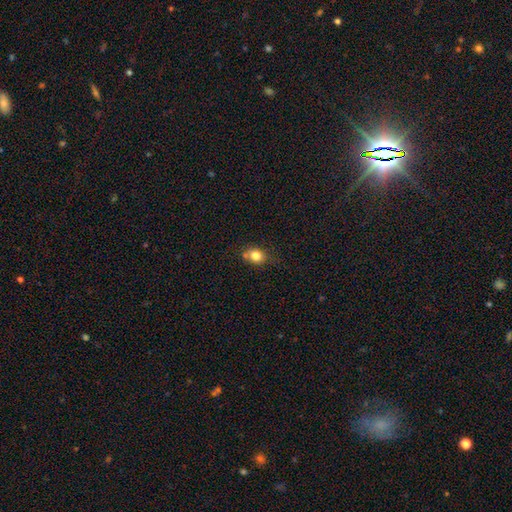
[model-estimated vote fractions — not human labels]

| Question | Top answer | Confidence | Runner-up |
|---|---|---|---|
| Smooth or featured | smooth | 80% | star or artifact (11%) |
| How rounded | round | 58% | in between (41%) |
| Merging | none | 62% | minor disturbance (20%) |